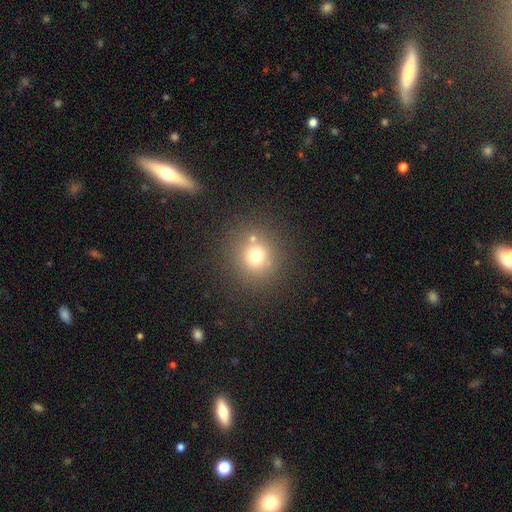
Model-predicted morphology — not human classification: Smooth or featured? Predicted: smooth (p=0.71). How rounded? Predicted: round (p=0.90). Merging? Predicted: none (p=0.79).